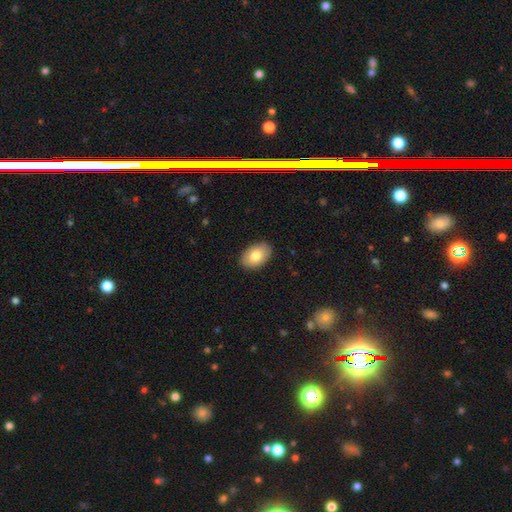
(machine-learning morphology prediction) This appears to be a smooth galaxy with no disk features (81%) that is in between round and cigar-shaped (90%). Merging: none (89%).